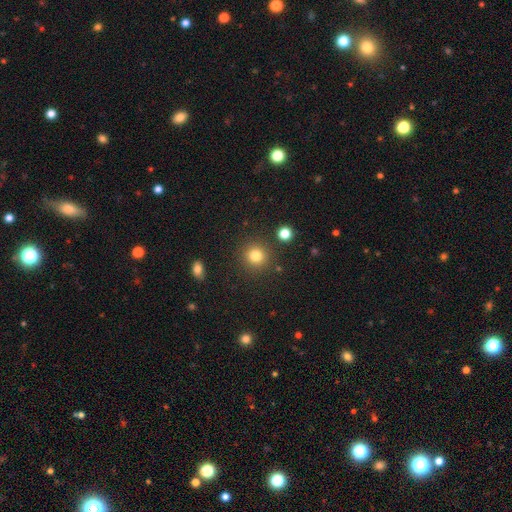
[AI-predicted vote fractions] Smooth or featured: smooth — 81% (star or artifact — 13%)
How rounded: round — 93% (in between — 6%)
Merging: none — 88% (minor disturbance — 6%)